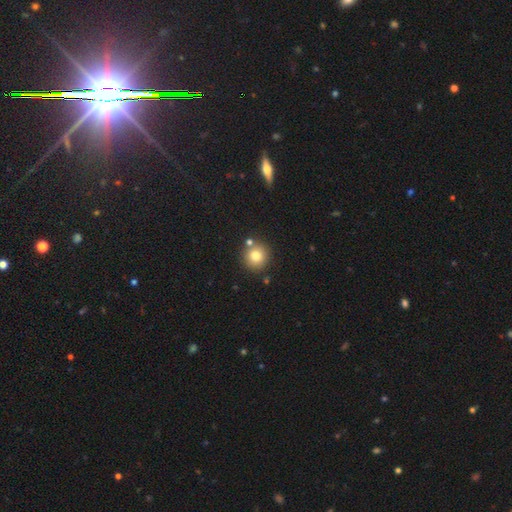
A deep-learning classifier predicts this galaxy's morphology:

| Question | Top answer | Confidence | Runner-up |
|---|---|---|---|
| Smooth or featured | smooth | 78% | star or artifact (12%) |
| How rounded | round | 93% | in between (6%) |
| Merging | none | 79% | merger (11%) |